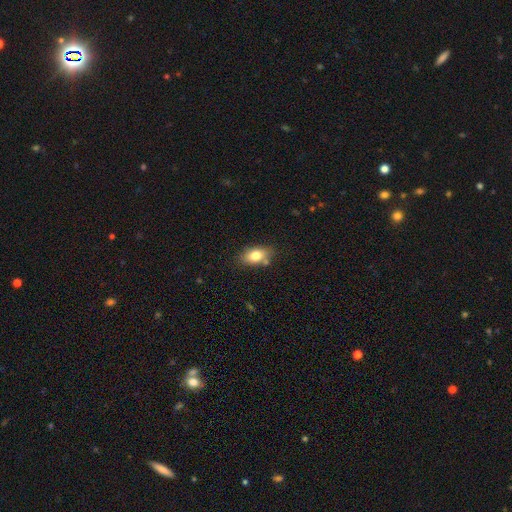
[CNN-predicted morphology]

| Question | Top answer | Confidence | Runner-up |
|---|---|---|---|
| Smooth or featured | smooth | 79% | featured or disk (13%) |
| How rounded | in between | 85% | round (13%) |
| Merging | none | 74% | minor disturbance (17%) |